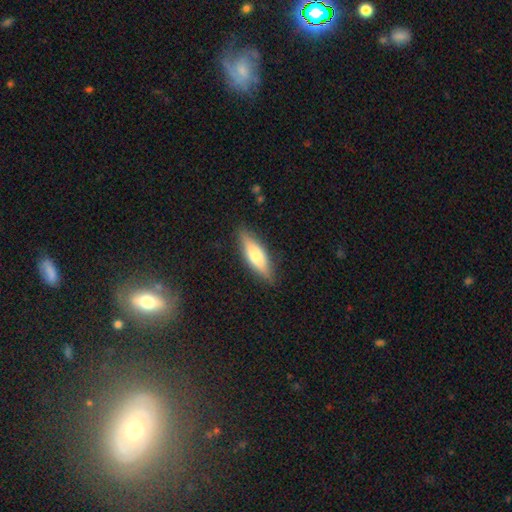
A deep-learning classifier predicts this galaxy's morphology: A smooth galaxy with no disk features (64%) that is cigar-shaped (53%). Merging: none (83%).